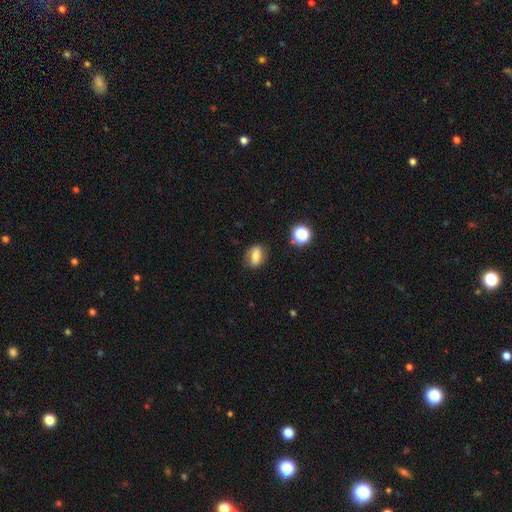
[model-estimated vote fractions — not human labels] Smooth or featured? smooth (65%)
How rounded? in between (74%)
Merging? none (74%)